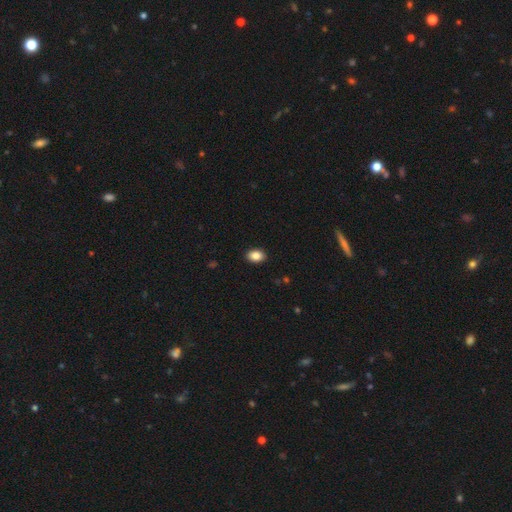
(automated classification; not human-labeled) A smooth galaxy with no disk features (88%) that is in between round and cigar-shaped (80%). Merging: none (90%).